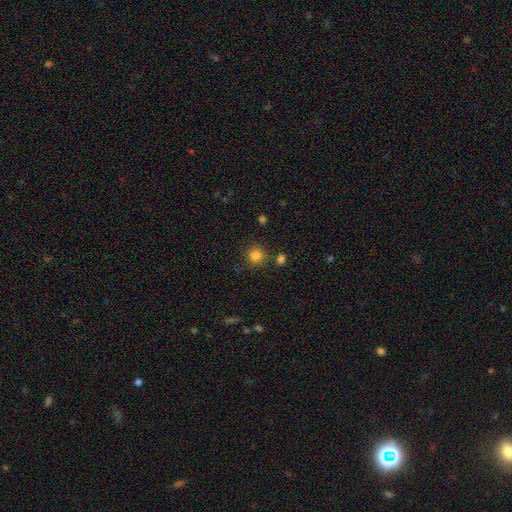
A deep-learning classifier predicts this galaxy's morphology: Smooth or featured: smooth — 83% (star or artifact — 12%)
How rounded: round — 92% (in between — 7%)
Merging: none — 83% (minor disturbance — 9%)